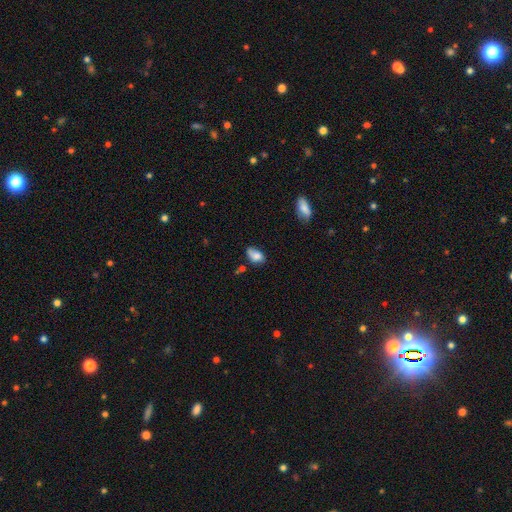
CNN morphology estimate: The model was most divided on "merging": none: 49%, minor disturbance: 35%, major disturbance: 10%, merger: 6%. More confident: how rounded — in between (89%); smooth or featured — smooth (79%).